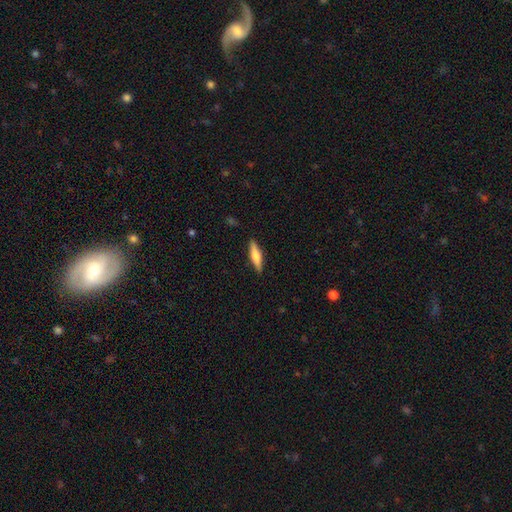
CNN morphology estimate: smooth 53%, featured or disk 42%, star or artifact 6%. Down the decision tree: how rounded — cigar-shaped (73%); merging — none (89%).